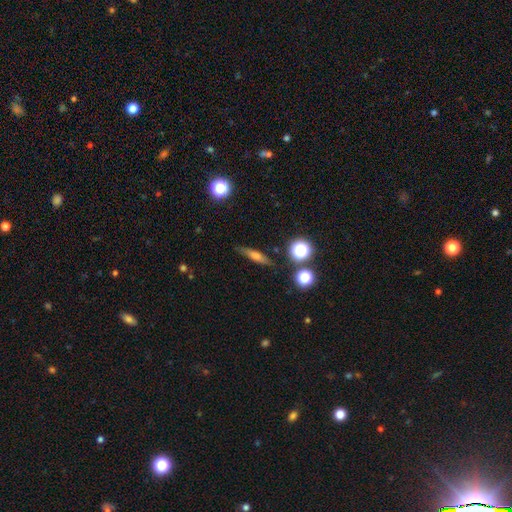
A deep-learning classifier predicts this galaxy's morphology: This appears to be a smooth galaxy with no disk features (53%) that is cigar-shaped (74%). Merging: none (85%).